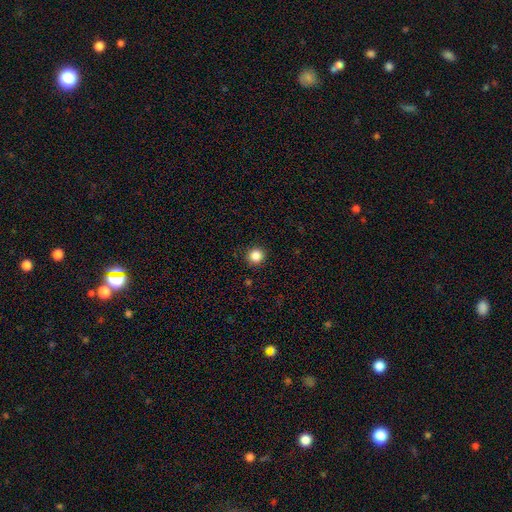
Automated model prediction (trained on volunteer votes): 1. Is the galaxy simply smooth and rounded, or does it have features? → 86% smooth, 11% star or artifact, 3% featured or disk.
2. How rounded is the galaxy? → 93% round, 6% in between, 1% cigar-shaped.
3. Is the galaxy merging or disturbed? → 92% none, 5% minor disturbance, 2% major disturbance, 1% merger.